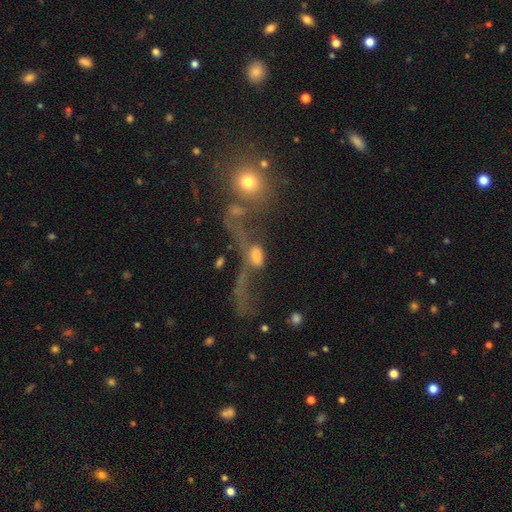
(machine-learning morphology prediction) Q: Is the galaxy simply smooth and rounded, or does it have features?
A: smooth — 43%.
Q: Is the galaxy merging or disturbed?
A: merger — 44%.